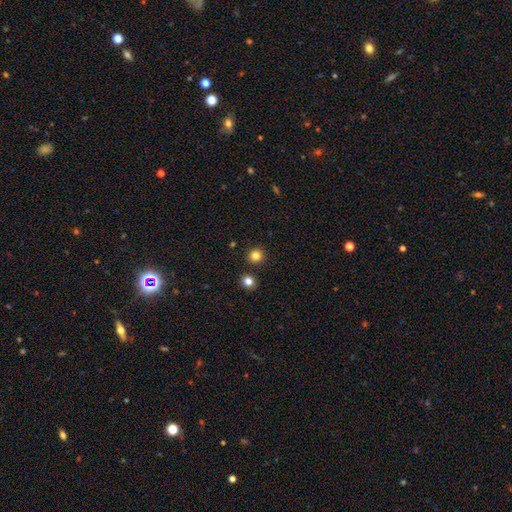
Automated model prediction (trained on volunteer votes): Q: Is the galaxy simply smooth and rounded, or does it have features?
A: smooth — 82%.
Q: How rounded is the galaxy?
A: round — 92%.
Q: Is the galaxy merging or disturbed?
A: none — 90%.